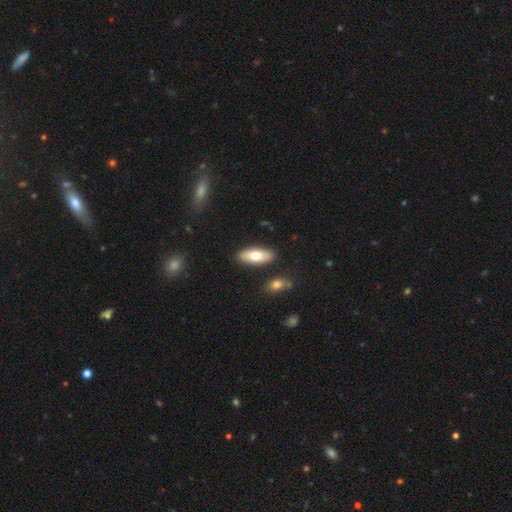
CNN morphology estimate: This is likely a smooth galaxy (74%). How rounded: clearly in between (80%). Merging: clearly none (86%).